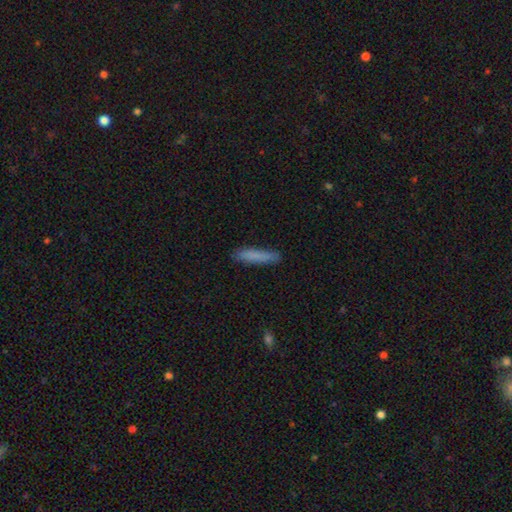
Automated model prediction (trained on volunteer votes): A smooth galaxy with no disk features (82%) that is cigar-shaped (90%). Merging: none (85%).